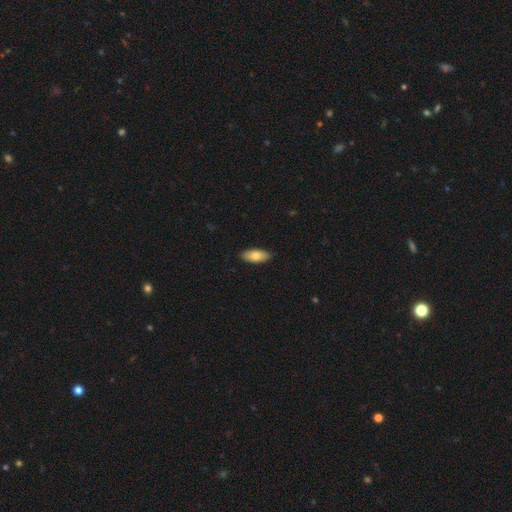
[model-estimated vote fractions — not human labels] A smooth galaxy with no disk features (79%) that is in between round and cigar-shaped (85%).

Vote fractions:
- Smooth or featured? smooth: 79% / featured or disk: 15% / star or artifact: 6%
- How rounded? in between: 85% / cigar-shaped: 13% / round: 2%
- Merging? none: 89% / minor disturbance: 9% / major disturbance: 2% / merger: 1%